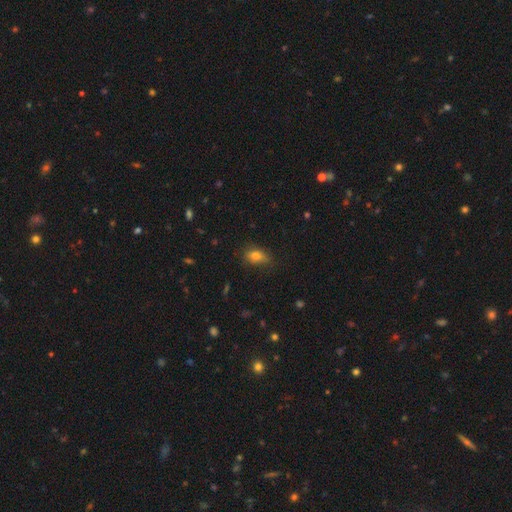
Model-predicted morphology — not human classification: smooth 79%, star or artifact 11%, featured or disk 10%. Down the decision tree: how rounded — in between (82%); merging — none (71%).